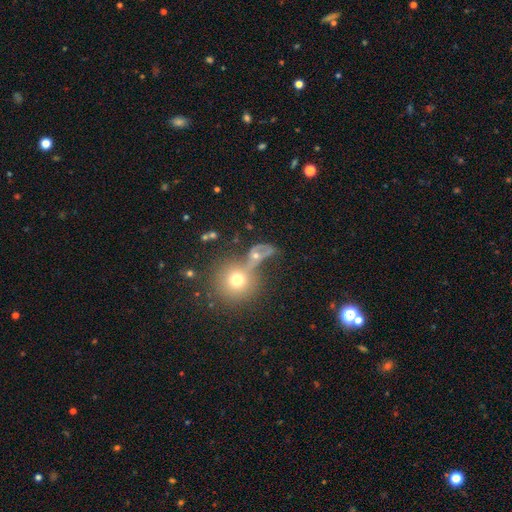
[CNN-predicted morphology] The model was most divided on "merging" (2-way tie): merger: 35%, none: 35%, major disturbance: 16%, minor disturbance: 14%. Remaining: smooth or featured — smooth (43%).